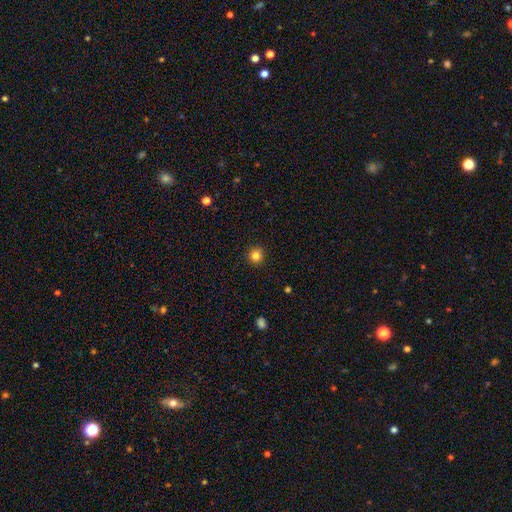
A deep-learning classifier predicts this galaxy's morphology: A smooth galaxy with no disk features (83%) that is round (94%).

Vote fractions:
- Smooth or featured? smooth: 83% / star or artifact: 12% / featured or disk: 5%
- How rounded? round: 94% / in between: 5% / cigar-shaped: 1%
- Merging? none: 93% / minor disturbance: 5% / major disturbance: 2% / merger: 1%